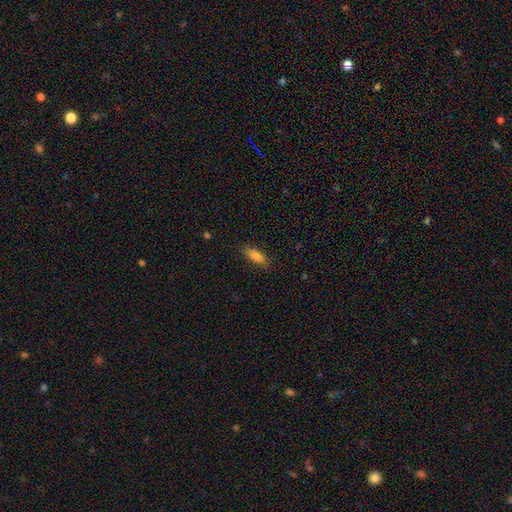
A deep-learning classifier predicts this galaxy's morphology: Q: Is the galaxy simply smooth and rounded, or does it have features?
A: smooth — 81%.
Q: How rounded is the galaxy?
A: in between — 67%.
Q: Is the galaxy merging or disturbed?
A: none — 83%.